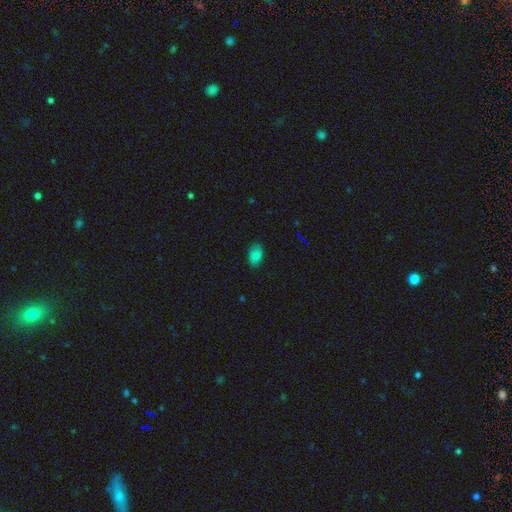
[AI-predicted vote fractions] The model was most divided on "merging": none: 80%, minor disturbance: 16%, major disturbance: 3%, merger: 1%. More confident: how rounded — in between (90%); smooth or featured — smooth (82%).